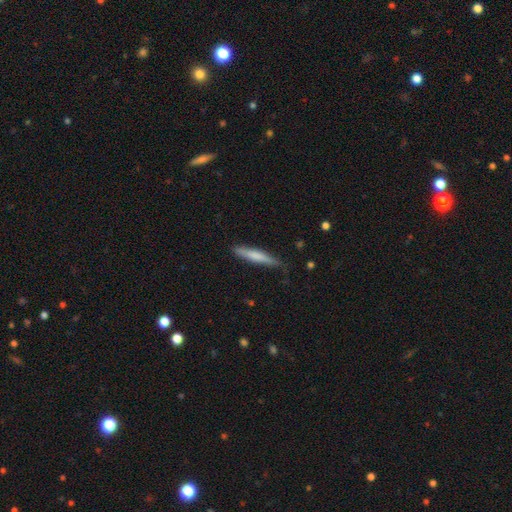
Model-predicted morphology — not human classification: A smooth galaxy with no disk features (69%) that is cigar-shaped (92%). Merging: none (82%).